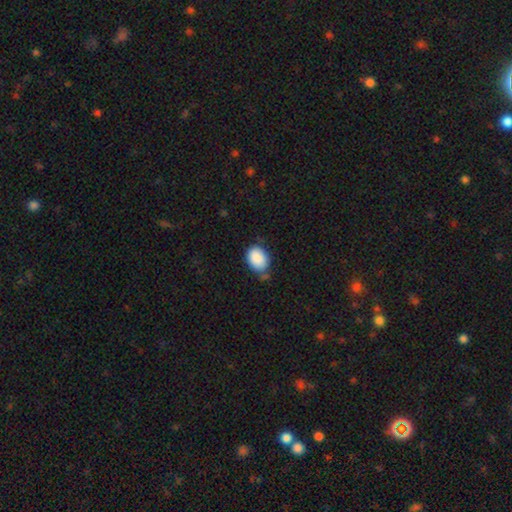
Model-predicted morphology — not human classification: Overall: smooth (89%). How rounded: in between (70%). Merging: none (63%; minor disturbance 26%).